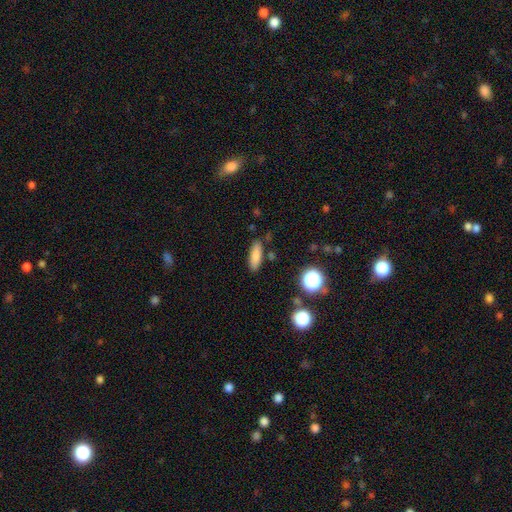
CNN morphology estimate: A smooth galaxy with no disk features (81%) that is in between round and cigar-shaped (48%, tied with cigar-shaped). Merging: none (83%).